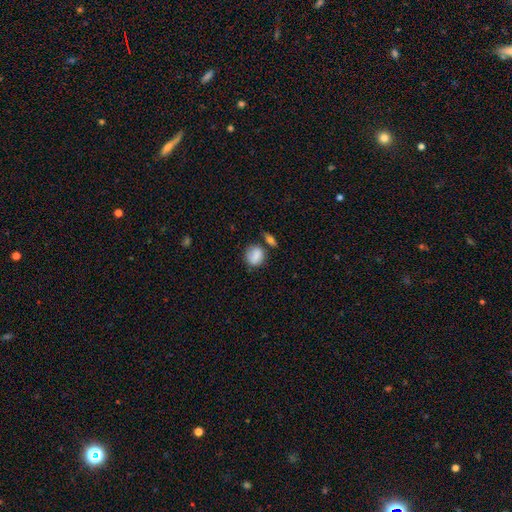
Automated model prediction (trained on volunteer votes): Overall: smooth (82%). How rounded: round (69%; in between 29%). Merging: none (60%; minor disturbance 22%).